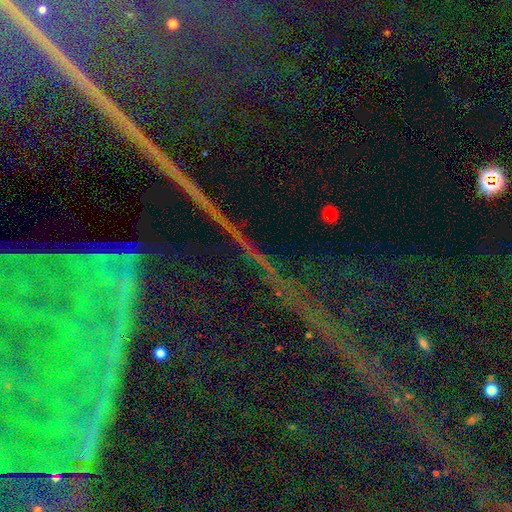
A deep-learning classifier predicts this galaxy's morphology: A star or artifact, not a galaxy (81%).

Vote fractions:
- Smooth or featured? star or artifact: 81% / featured or disk: 11% / smooth: 7%